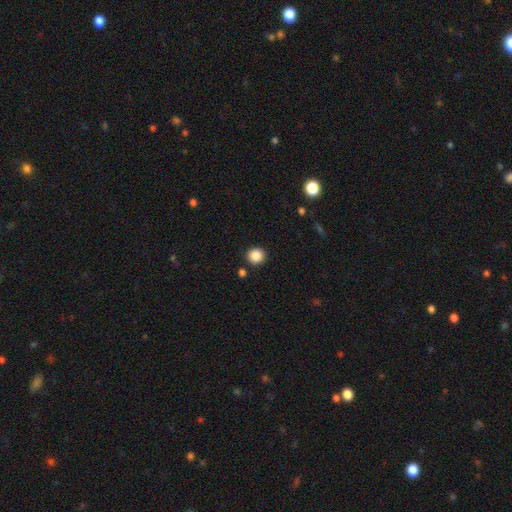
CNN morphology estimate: This appears to be a smooth galaxy with no disk features (88%) that is round (92%). Merging: none (90%).